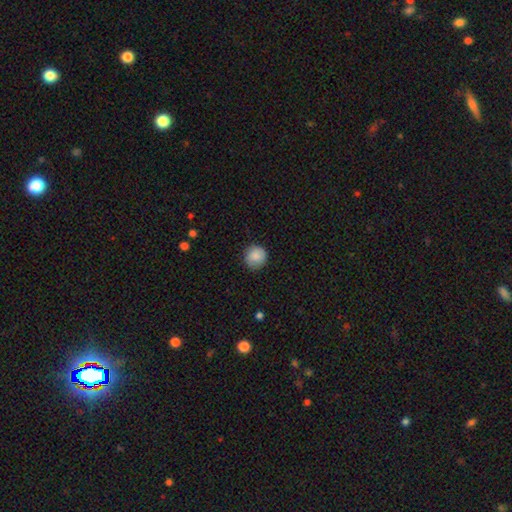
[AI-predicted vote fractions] This is clearly a smooth galaxy (87%). How rounded: clearly round (92%). Merging: clearly none (86%).